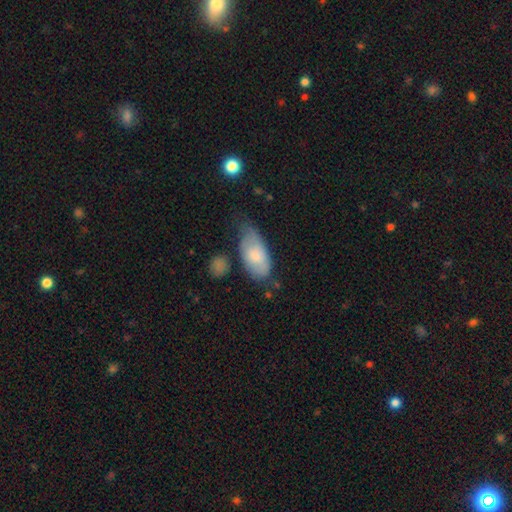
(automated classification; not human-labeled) A smooth galaxy with no disk features (70%) that is in between round and cigar-shaped (92%). Merging: none (40%).